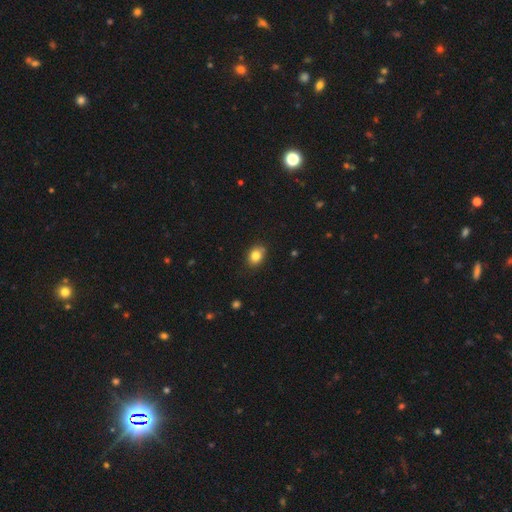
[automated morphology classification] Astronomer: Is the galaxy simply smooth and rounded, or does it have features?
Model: smooth — 83%.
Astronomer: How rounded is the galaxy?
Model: in between — 64%.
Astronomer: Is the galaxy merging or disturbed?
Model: none — 83%.